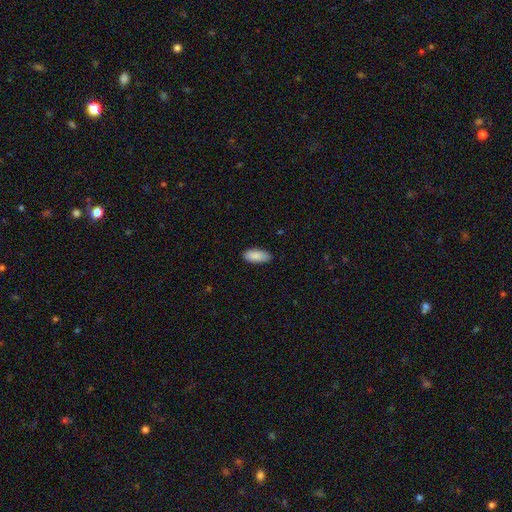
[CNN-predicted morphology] The model was most divided on "how rounded": in between: 87%, cigar-shaped: 12%, round: 2%. More confident: smooth or featured — smooth (89%); merging — none (87%).